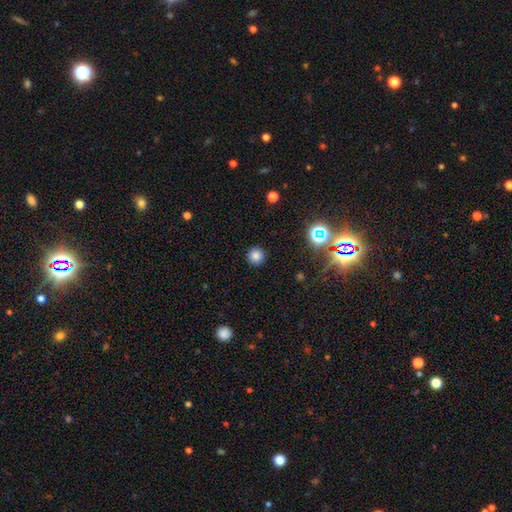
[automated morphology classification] Smooth or featured? Predicted: smooth (p=0.81). How rounded? Predicted: round (p=0.95). Merging? Predicted: none (p=0.91).